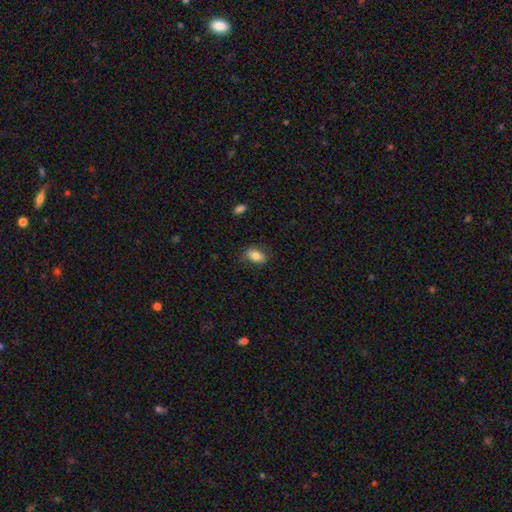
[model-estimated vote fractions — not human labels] A smooth galaxy with no disk features (79%) that is in between round and cigar-shaped (87%). Merging: none (76%).